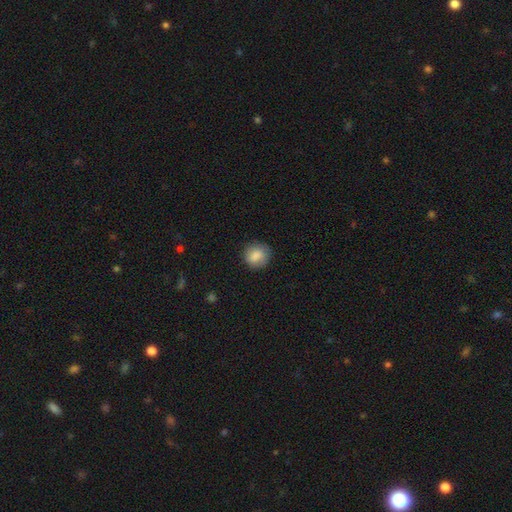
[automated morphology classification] Smooth or featured? Predicted: smooth (p=0.85). How rounded? Predicted: round (p=0.84). Merging? Predicted: none (p=0.81).